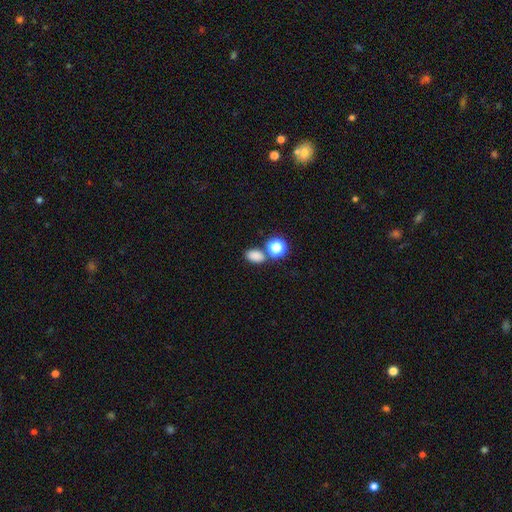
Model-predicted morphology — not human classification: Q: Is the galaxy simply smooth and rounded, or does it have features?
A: smooth — 80%.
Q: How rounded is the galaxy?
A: in between — 78%.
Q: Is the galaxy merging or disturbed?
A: none — 72%.